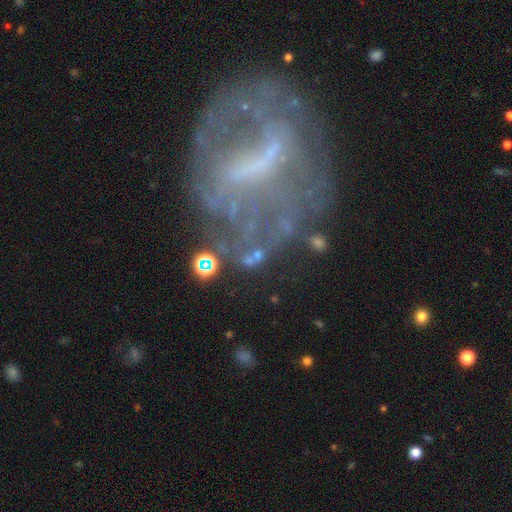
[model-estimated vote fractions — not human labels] Q: Smooth or featured?
A: featured or disk (42%); runner-up: star or artifact (32%)
Q: Merging?
A: none (57%); runner-up: major disturbance (18%)